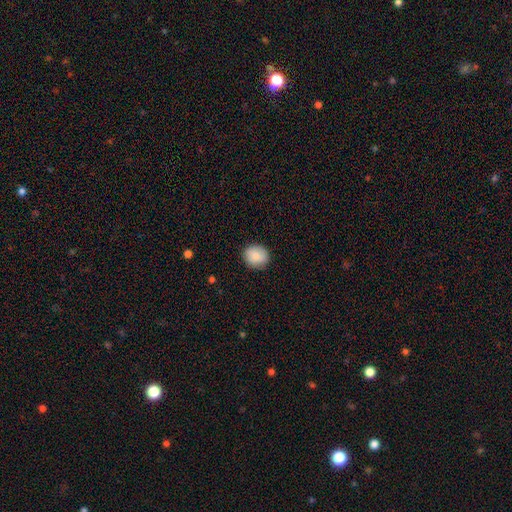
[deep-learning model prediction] Smooth or featured?
  - smooth: 85% *
  - featured or disk: 7%
  - star or artifact: 7%
How rounded?
  - round: 75% *
  - in between: 24%
  - cigar-shaped: 1%
Merging?
  - none: 88% *
  - minor disturbance: 9%
  - major disturbance: 2%
  - merger: 1%